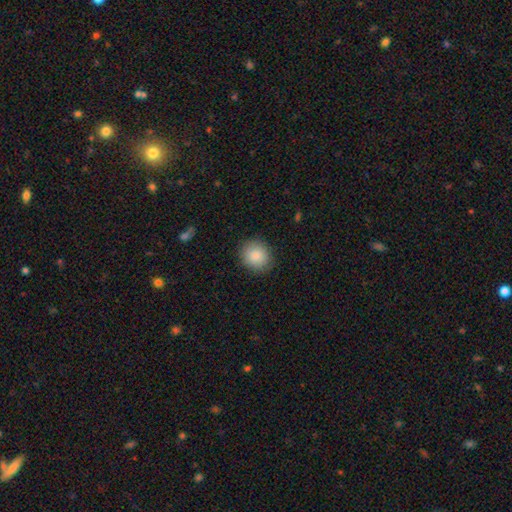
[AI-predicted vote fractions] Overall: smooth (88%). How rounded: round (81%). Merging: none (88%).